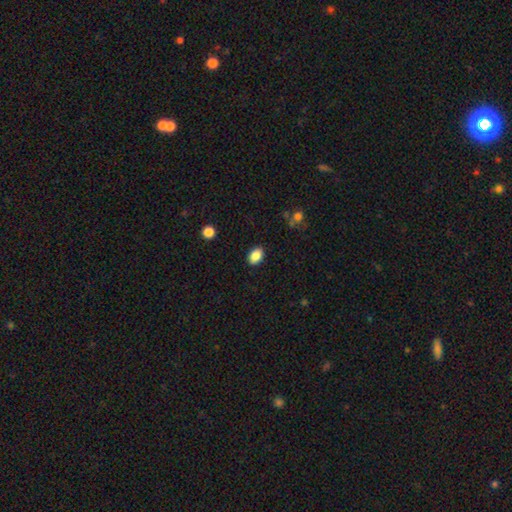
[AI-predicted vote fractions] Smooth or featured? smooth (87%)
How rounded? in between (84%)
Merging? none (88%)